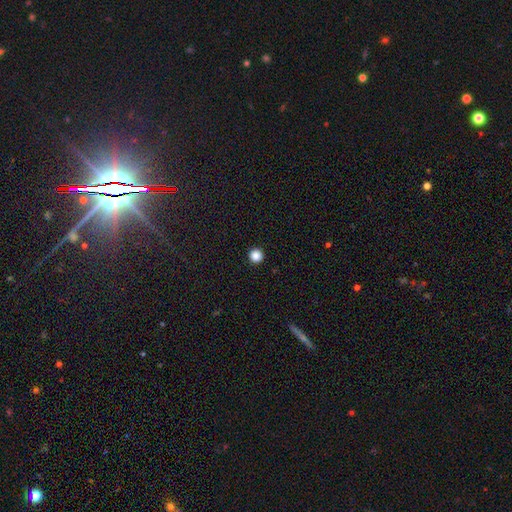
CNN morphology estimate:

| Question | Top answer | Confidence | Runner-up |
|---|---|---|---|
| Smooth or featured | smooth | 86% | star or artifact (11%) |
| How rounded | round | 96% | in between (3%) |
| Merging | none | 94% | minor disturbance (4%) |